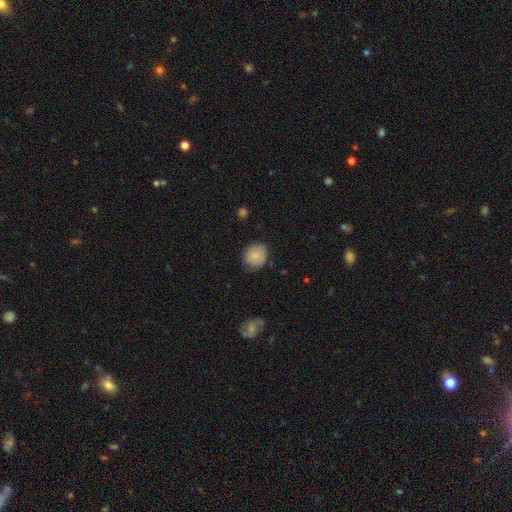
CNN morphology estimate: A smooth galaxy with no disk features (81%) that is round (79%). Merging: none (76%).